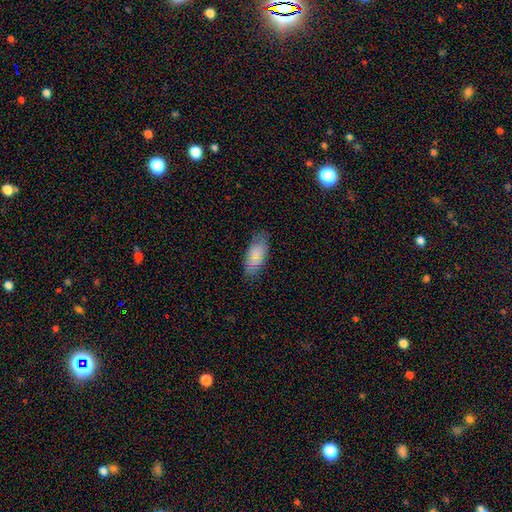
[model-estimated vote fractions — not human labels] smooth 76%, featured or disk 14%, star or artifact 10%. Down the decision tree: how rounded — in between (90%); merging — none (78%).